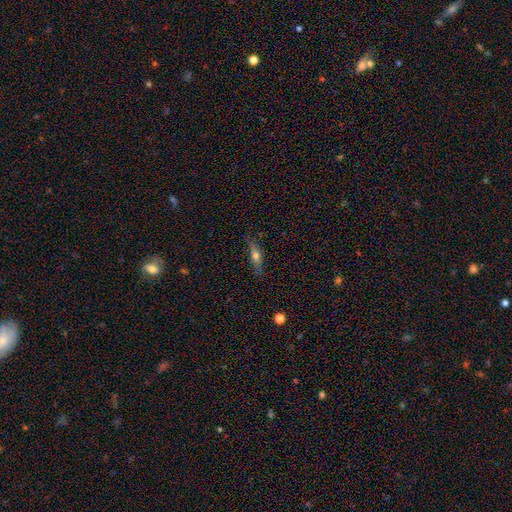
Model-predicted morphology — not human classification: A smooth galaxy with no disk features (48%).

Vote fractions:
- Smooth or featured? smooth: 48% / featured or disk: 44% / star or artifact: 8%
- Merging? none: 82% / minor disturbance: 14% / major disturbance: 3% / merger: 1%